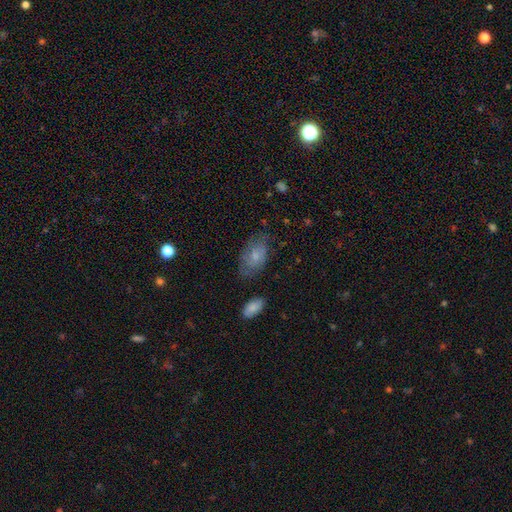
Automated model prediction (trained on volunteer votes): This appears to be a smooth galaxy with no disk features (50%). Merging: none (63%).